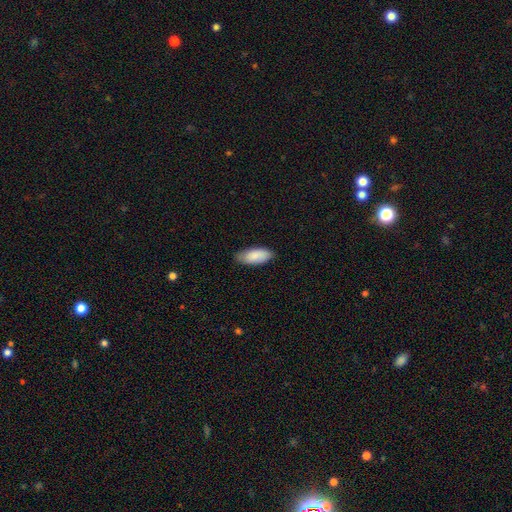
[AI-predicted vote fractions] smooth 87%, featured or disk 7%, star or artifact 6%. Down the decision tree: how rounded — in between (88%); merging — none (81%).